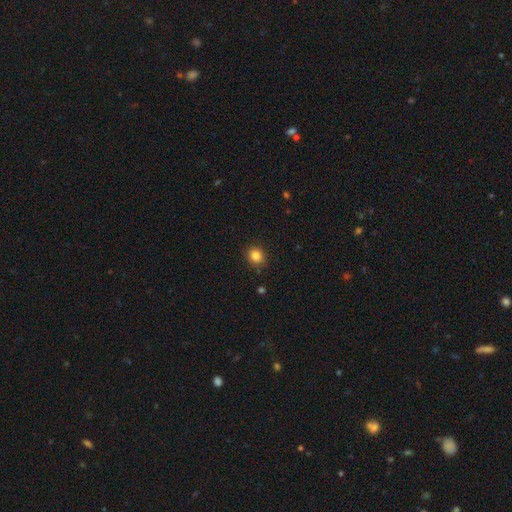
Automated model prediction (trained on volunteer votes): This appears to be a smooth galaxy with no disk features (85%) that is round (74%). Merging: none (86%).